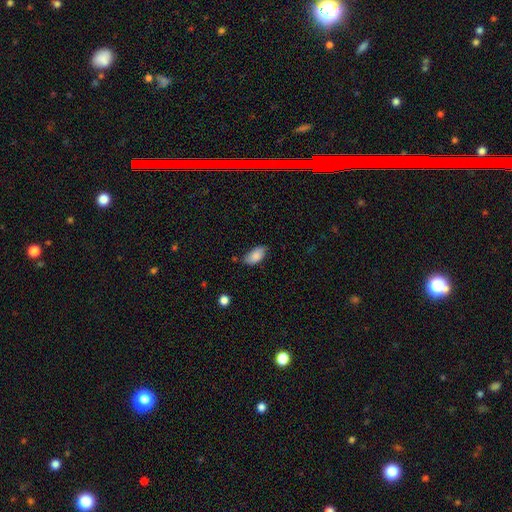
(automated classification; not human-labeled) A smooth galaxy with no disk features (85%) that is in between round and cigar-shaped (94%). Merging: none (71%).